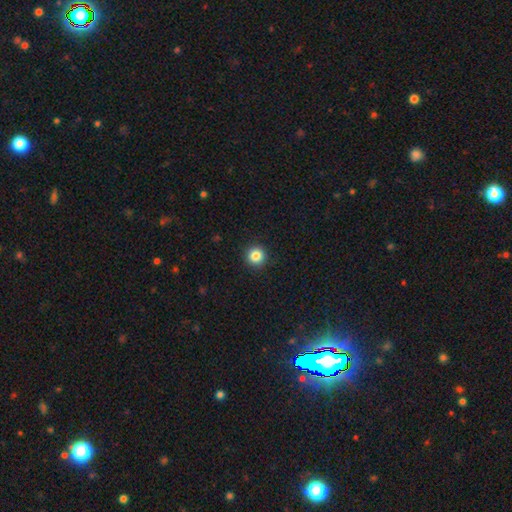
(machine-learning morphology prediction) This is clearly a smooth galaxy (84%). How rounded: clearly round (96%). Merging: clearly none (93%).